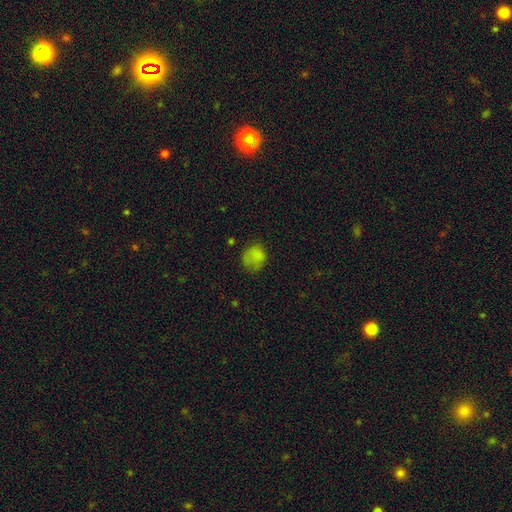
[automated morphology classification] Q: Smooth or featured?
A: smooth (77%); runner-up: star or artifact (13%)
Q: How rounded?
A: round (62%); runner-up: in between (37%)
Q: Merging?
A: none (51%); runner-up: minor disturbance (29%)